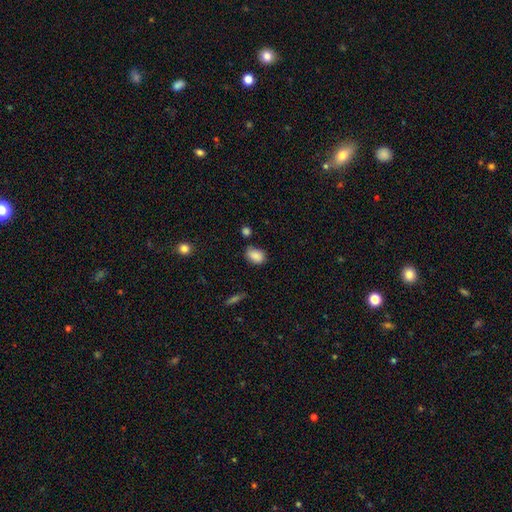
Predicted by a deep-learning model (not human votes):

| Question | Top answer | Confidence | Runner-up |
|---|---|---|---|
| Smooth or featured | smooth | 86% | star or artifact (9%) |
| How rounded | in between | 77% | round (21%) |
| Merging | none | 66% | minor disturbance (23%) |